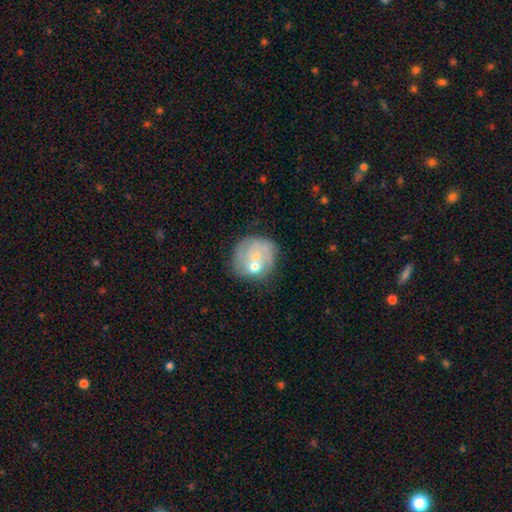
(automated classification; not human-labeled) The model was most divided on "smooth or featured": featured or disk: 48%, smooth: 43%, star or artifact: 9%. More confident: merging — none (52%).